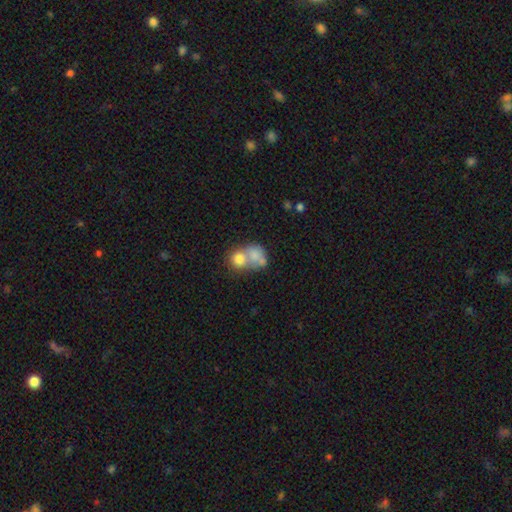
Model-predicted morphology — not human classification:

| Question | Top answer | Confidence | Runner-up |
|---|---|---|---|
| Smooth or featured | smooth | 70% | featured or disk (20%) |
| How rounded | round | 57% | in between (42%) |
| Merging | merger | 68% | none (20%) |